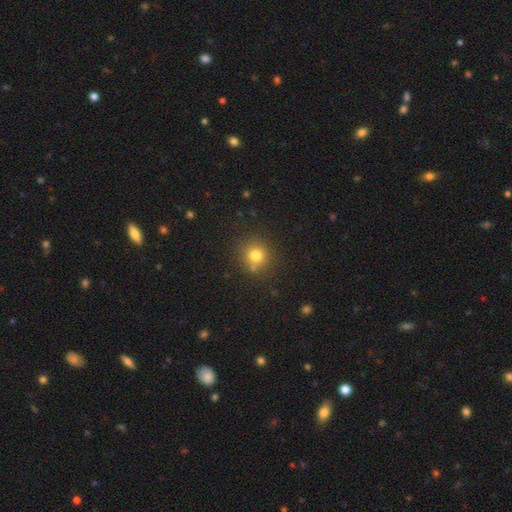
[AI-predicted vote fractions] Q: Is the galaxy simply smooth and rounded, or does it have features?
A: smooth — 77%.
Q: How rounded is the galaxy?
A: round — 90%.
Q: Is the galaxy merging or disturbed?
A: none — 77%.